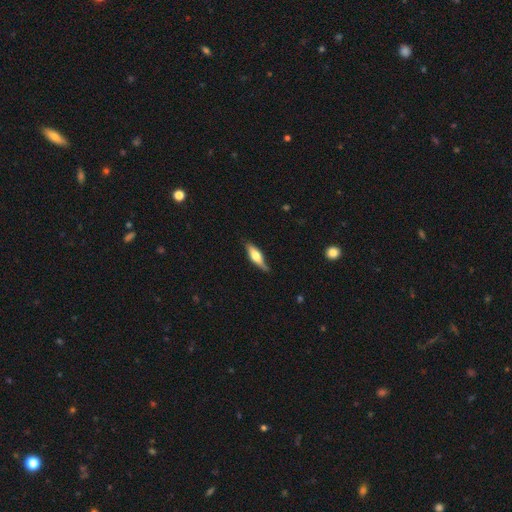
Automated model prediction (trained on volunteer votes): Smooth or featured: smooth — 52% (featured or disk — 42%)
How rounded: cigar-shaped — 51% (in between — 47%)
Merging: none — 65% (minor disturbance — 27%)